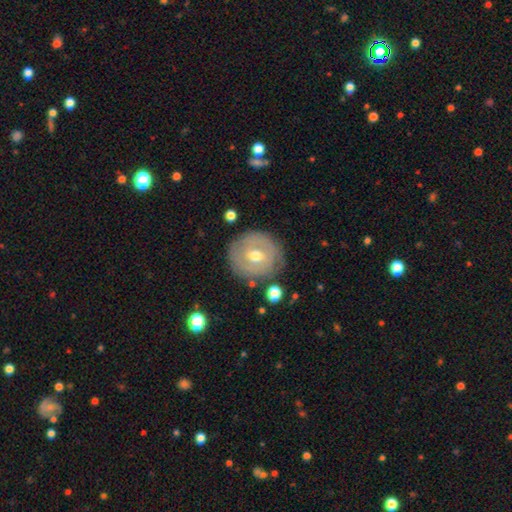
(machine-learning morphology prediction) Q: Smooth or featured?
A: featured or disk (60%); runner-up: smooth (33%)
Q: Edge-on disk?
A: no (95%); runner-up: yes (5%)
Q: Bar?
A: weak (44%); runner-up: no (42%)
Q: Spiral arms?
A: no (50%); tied with: yes (50%)
Q: Bulge size?
A: moderate (74%); runner-up: small (20%)
Q: Merging?
A: none (80%); runner-up: minor disturbance (14%)